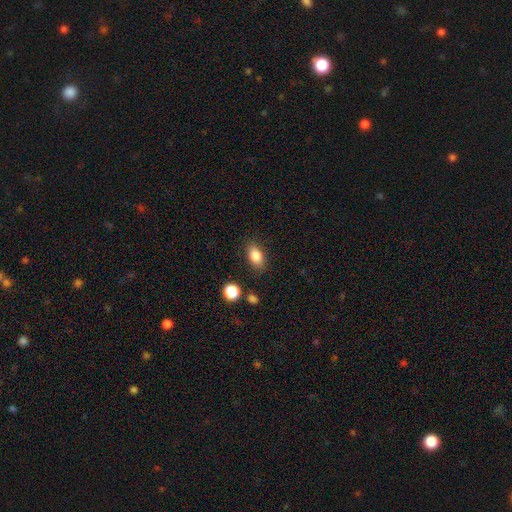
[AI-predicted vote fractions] Overall: smooth (84%). How rounded: in between (86%). Merging: none (84%).